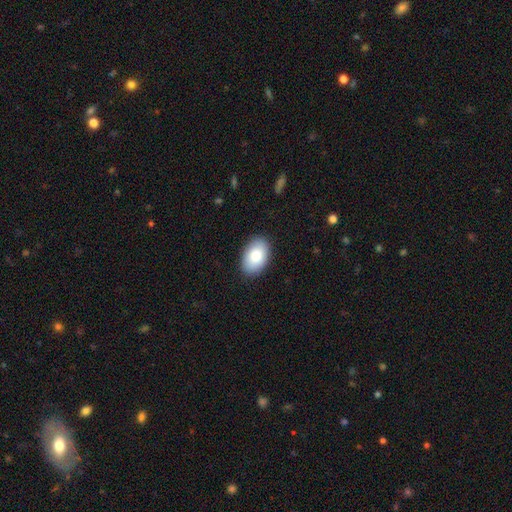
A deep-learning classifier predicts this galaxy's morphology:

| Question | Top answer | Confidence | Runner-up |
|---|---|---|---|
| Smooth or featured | smooth | 84% | featured or disk (10%) |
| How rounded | in between | 91% | round (8%) |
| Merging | none | 88% | minor disturbance (9%) |